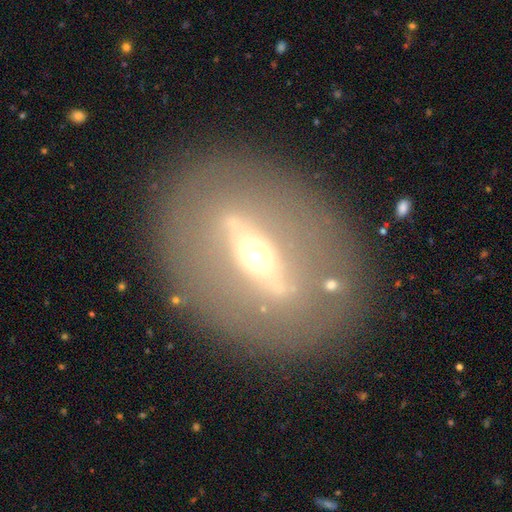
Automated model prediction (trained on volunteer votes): A featured or disk galaxy (71%).

Vote fractions:
- Smooth or featured? featured or disk: 71% / smooth: 21% / star or artifact: 9%
- Edge-on disk? no: 63% / yes: 37%
- Merging? none: 83% / minor disturbance: 10% / major disturbance: 5% / merger: 2%